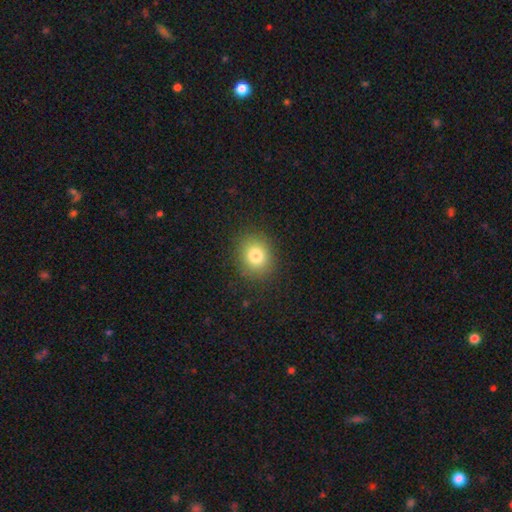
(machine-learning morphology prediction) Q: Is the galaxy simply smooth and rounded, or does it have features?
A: smooth — 80%.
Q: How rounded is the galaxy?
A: round — 68%.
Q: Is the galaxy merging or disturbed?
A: none — 87%.